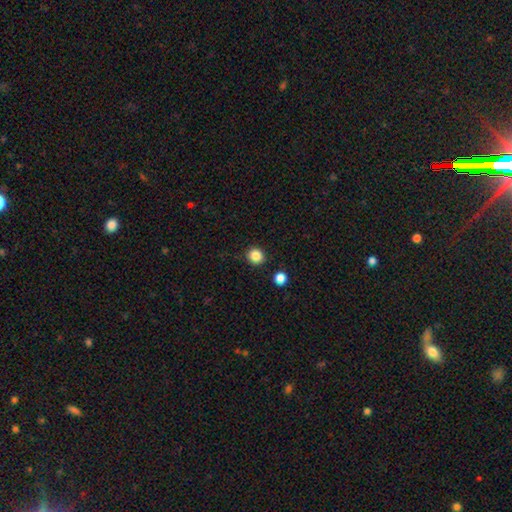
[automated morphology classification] type=smooth (86%); roundness=round (89%); merging=none (89%).